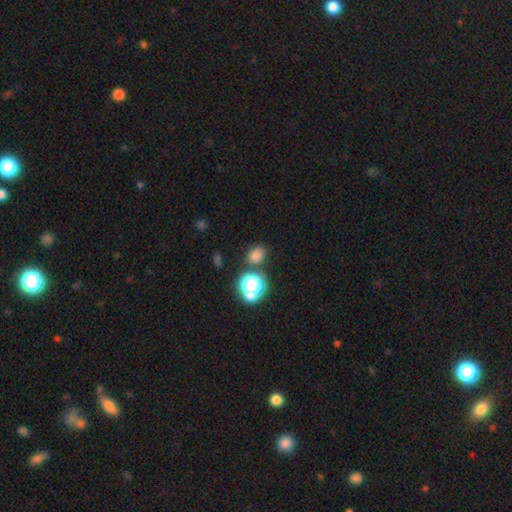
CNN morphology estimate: Smooth or featured? Predicted: smooth (p=0.74). How rounded? Predicted: round (p=0.56). Merging? Predicted: none (p=0.77).